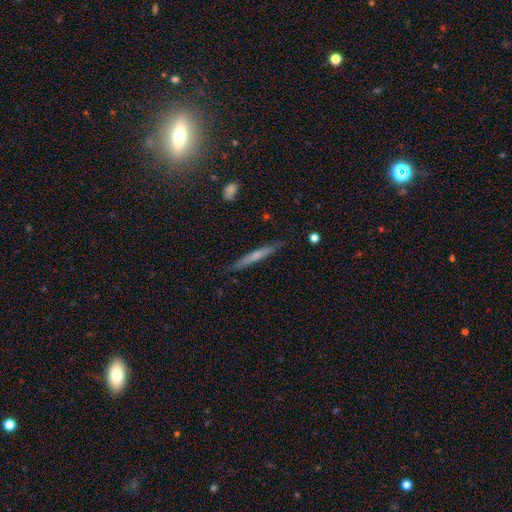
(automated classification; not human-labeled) A smooth galaxy with no disk features (54%) that is cigar-shaped (96%). Merging: none (87%).